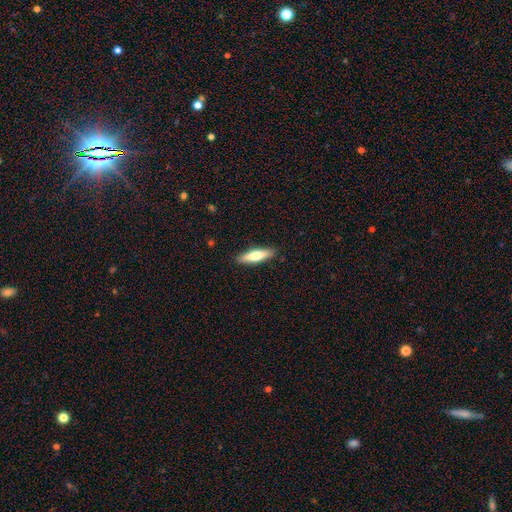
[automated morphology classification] This is likely a smooth galaxy (64%). How rounded: likely cigar-shaped (66%). Merging: clearly none (89%).